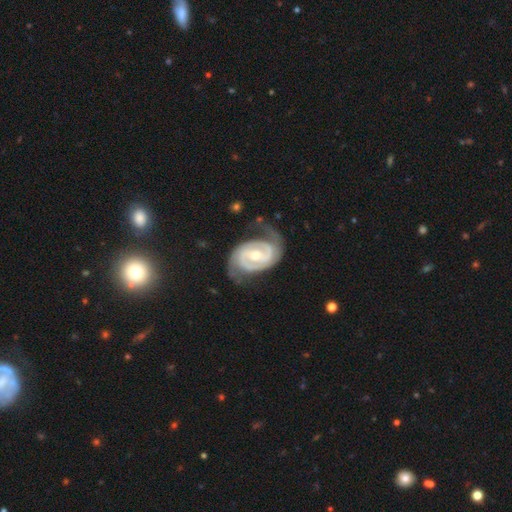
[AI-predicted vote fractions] smooth-or-featured: featured or disk: 90% | smooth: 6% | star or artifact: 4%
  disk-edge-on: no: 97% | yes: 3%
    bar: weak: 43% | no: 30% | strong: 27%
    has-spiral-arms: yes: 97% | no: 3%
      spiral-winding: tight: 52% | medium: 37% | loose: 11%
      spiral-arm-count: 2: 87% | can't tell: 5% | 3: 3% | 1: 2% | 4: 1% | more than 4: 1%
    bulge-size: moderate: 55% | small: 41% | large: 2% | none: 1% | dominant: 1%
  merging: none: 63% | minor disturbance: 21% | major disturbance: 14% | merger: 2%